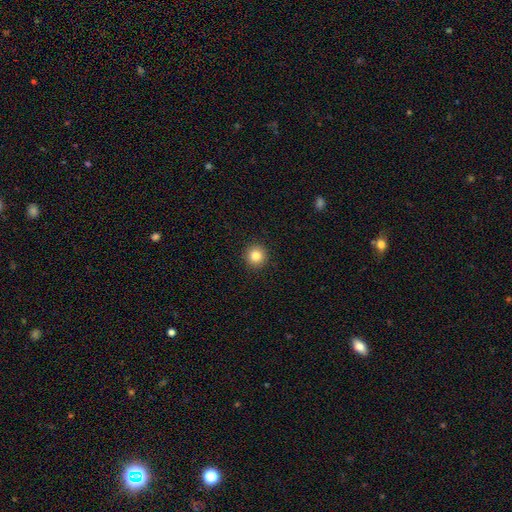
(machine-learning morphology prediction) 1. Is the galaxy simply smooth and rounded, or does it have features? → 84% smooth, 10% star or artifact, 6% featured or disk.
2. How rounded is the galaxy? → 95% round, 4% in between, 1% cigar-shaped.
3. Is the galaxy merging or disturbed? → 93% none, 4% minor disturbance, 2% major disturbance, 1% merger.